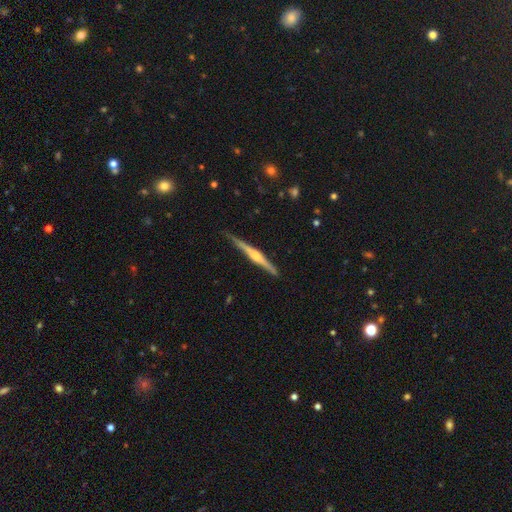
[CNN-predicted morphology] Smooth or featured? featured or disk (79%)
Edge-on disk? yes (98%)
Edge-on bulge? rounded (89%)
Merging? none (85%)